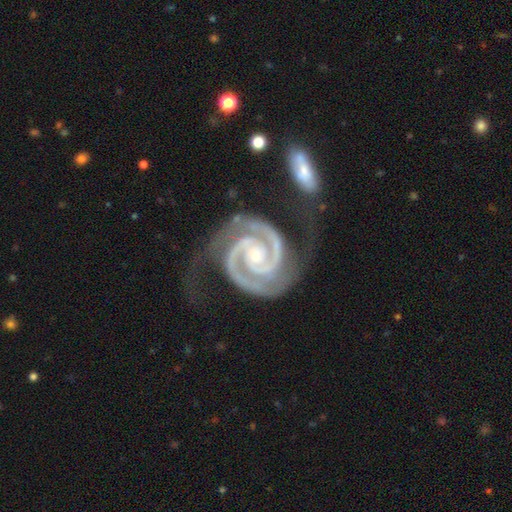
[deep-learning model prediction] A featured or disk galaxy (95%) with no bar (65%), 2 (92%) tight (72%) spiral arms (99%) and a small central bulge (78%).

Vote fractions:
- Smooth or featured? featured or disk: 95% / star or artifact: 3% / smooth: 2%
- Edge-on disk? no: 98% / yes: 2%
- Bar? no: 65% / weak: 20% / strong: 14%
- Spiral arms? yes: 99% / no: 1%
- Spiral winding? tight: 72% / medium: 25% / loose: 3%
- Spiral arm count? 2: 92% / 3: 3% / can't tell: 1% / 4: 1% / 1: 1% / more than 4: 1%
- Bulge size? small: 78% / moderate: 18% / none: 2% / large: 1% / dominant: 1%
- Merging? none: 64% / minor disturbance: 20% / major disturbance: 10% / merger: 6%